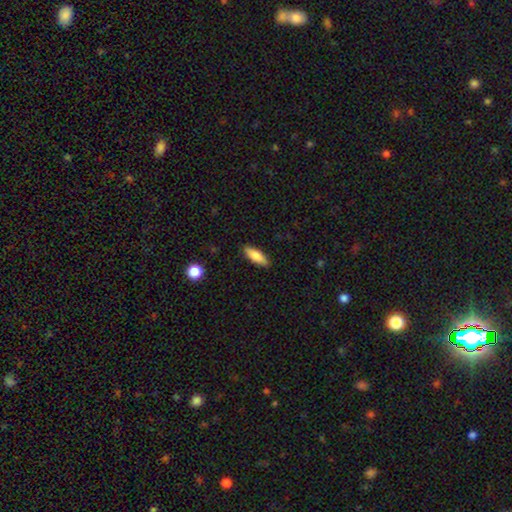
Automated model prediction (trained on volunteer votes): This is likely a smooth galaxy (79%). How rounded: possibly in between (56%). Merging: clearly none (88%).